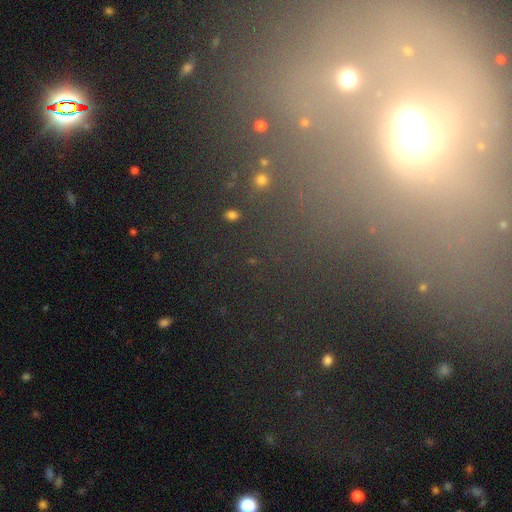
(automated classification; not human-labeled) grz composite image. It shows a star or artifact, not a galaxy (59%).